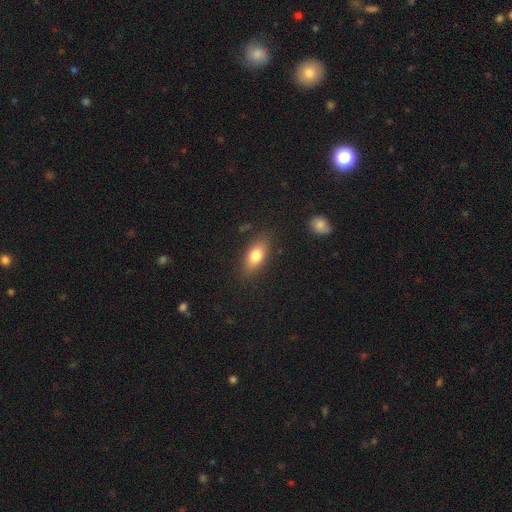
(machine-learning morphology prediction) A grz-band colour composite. It shows a smooth galaxy with no disk features (76%) that is in between round and cigar-shaped (82%). Merging: none (84%).